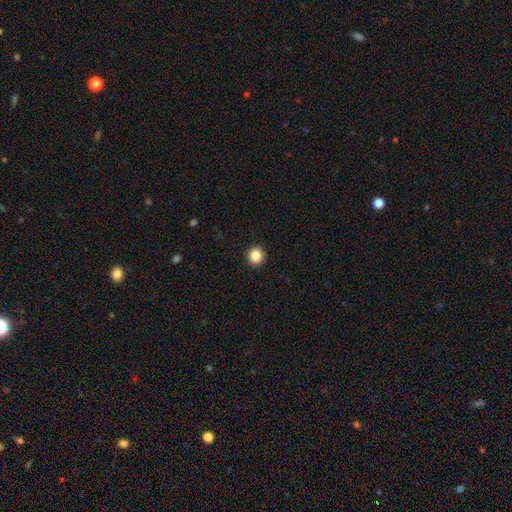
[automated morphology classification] The model was most divided on "smooth or featured": smooth: 86%, star or artifact: 10%, featured or disk: 4%. More confident: merging — none (93%); how rounded — round (88%).